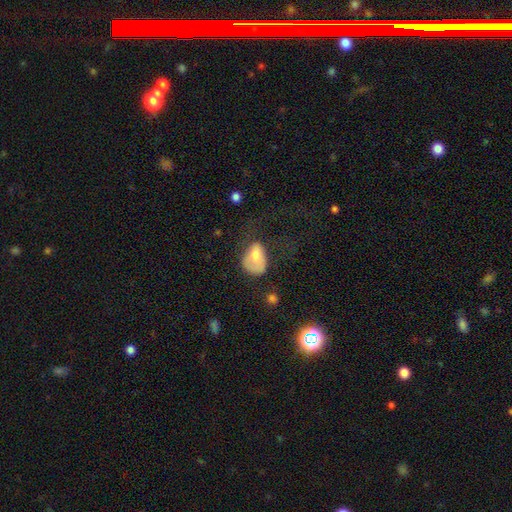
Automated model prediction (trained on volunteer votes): Morphology: type=smooth (68%); roundness=in between (79%); merging=major disturbance (43%).